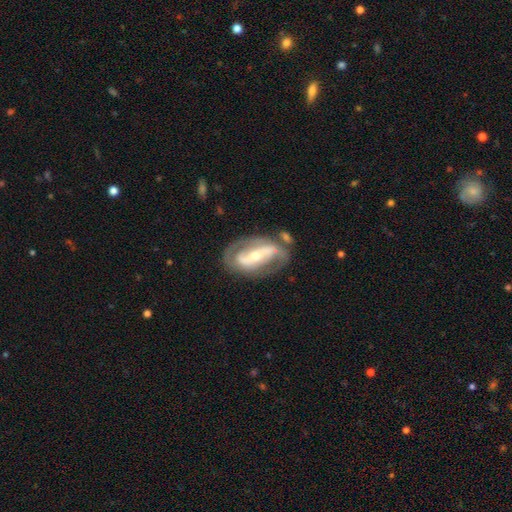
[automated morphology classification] This appears to be a featured or disk galaxy (84%) with a strong bar (67%), 2 (82%) medium (41%) spiral arms (80%) and a small central bulge (48%). Merging: none (69%).